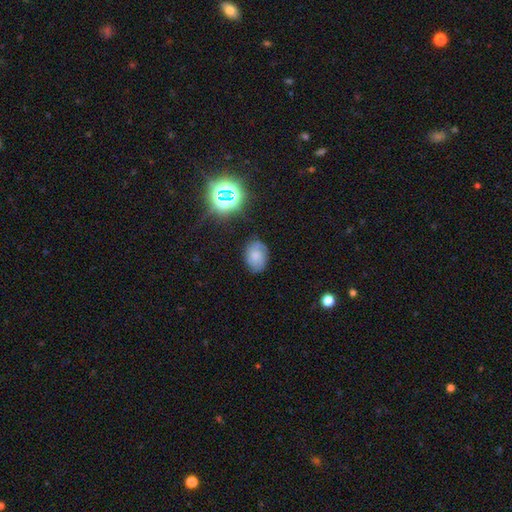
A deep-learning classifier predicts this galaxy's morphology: smooth_or_featured: smooth (p=0.50) [alt: featured or disk p=0.34]
merging: none (p=0.74) [alt: minor disturbance p=0.19]